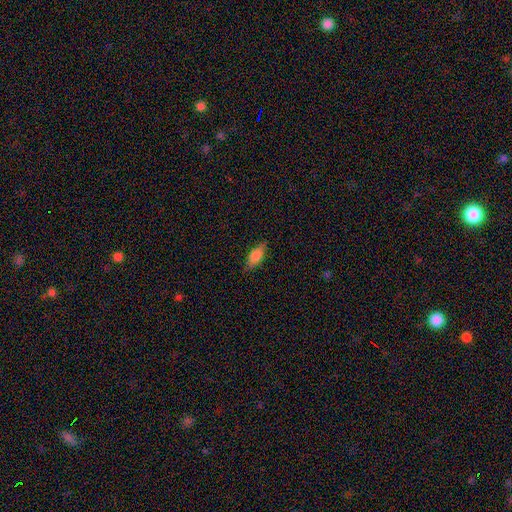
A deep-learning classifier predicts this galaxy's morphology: A smooth galaxy with no disk features (75%) that is in between round and cigar-shaped (76%). Merging: none (80%).